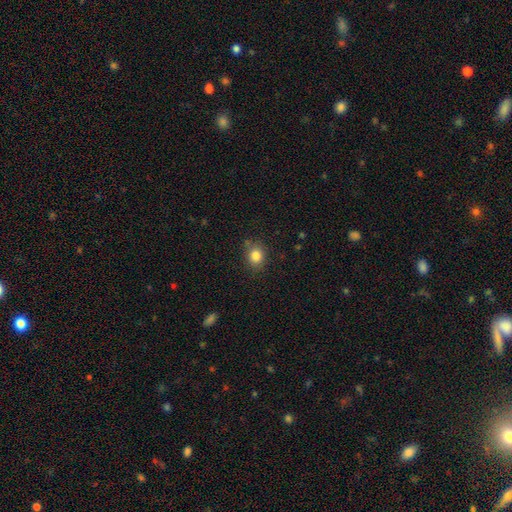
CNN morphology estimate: A smooth galaxy with no disk features (83%) that is round (67%).

Vote fractions:
- Smooth or featured? smooth: 83% / star or artifact: 11% / featured or disk: 6%
- How rounded? round: 67% / in between: 32% / cigar-shaped: 1%
- Merging? none: 81% / minor disturbance: 13% / major disturbance: 3% / merger: 3%